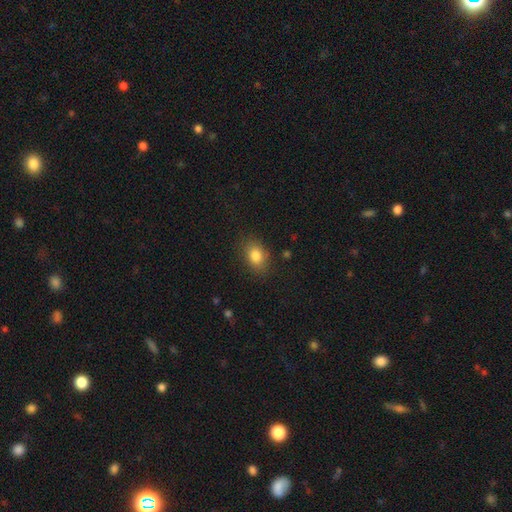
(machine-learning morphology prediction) This is clearly a smooth galaxy (83%). How rounded: likely in between (76%). Merging: clearly none (81%).